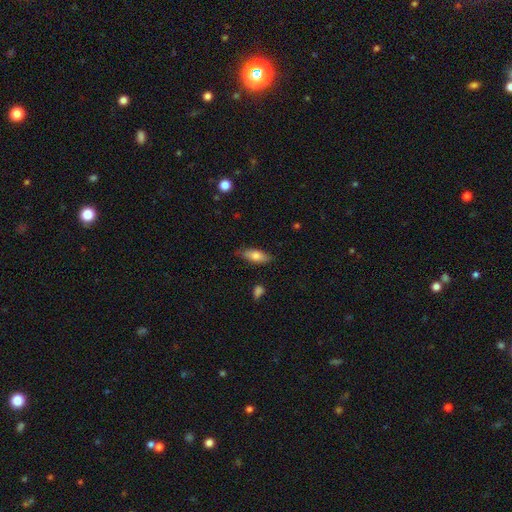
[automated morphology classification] This is likely a smooth galaxy (73%). How rounded: likely in between (71%). Merging: likely none (78%).